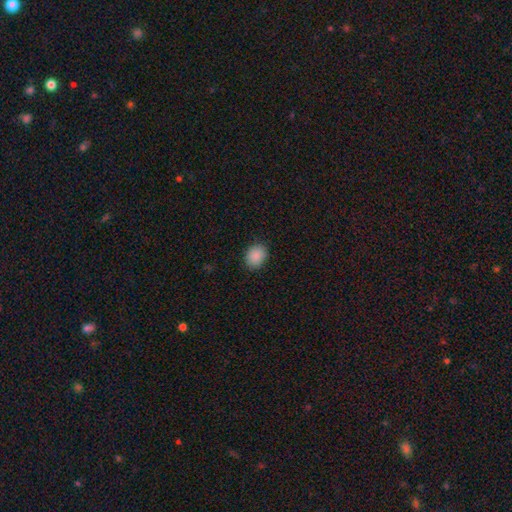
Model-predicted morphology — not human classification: This appears to be a smooth galaxy with no disk features (89%) that is in between round and cigar-shaped (53%). Merging: none (88%).